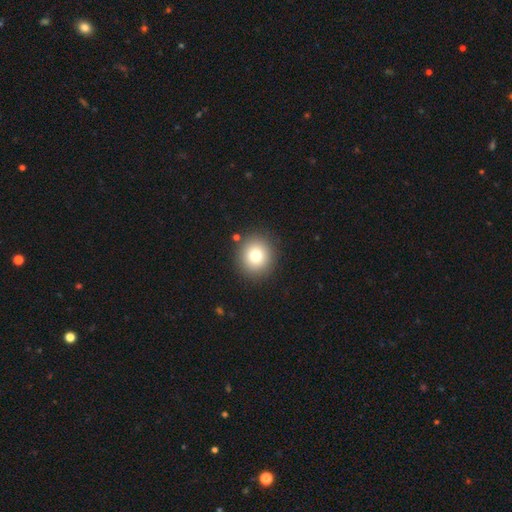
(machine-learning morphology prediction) A smooth galaxy with no disk features (77%) that is round (89%).

Vote fractions:
- Smooth or featured? smooth: 77% / star or artifact: 12% / featured or disk: 11%
- How rounded? round: 89% / in between: 10% / cigar-shaped: 1%
- Merging? none: 89% / minor disturbance: 6% / merger: 3% / major disturbance: 2%